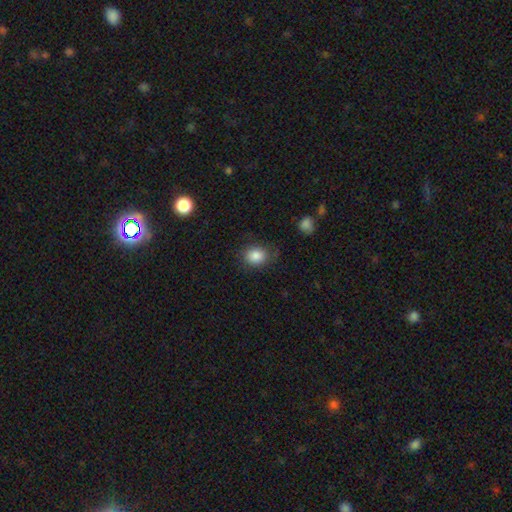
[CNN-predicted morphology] Smooth or featured?
  - smooth: 85% *
  - star or artifact: 9%
  - featured or disk: 6%
How rounded?
  - round: 56% *
  - in between: 43%
  - cigar-shaped: 1%
Merging?
  - none: 78% *
  - minor disturbance: 15%
  - major disturbance: 5%
  - merger: 2%